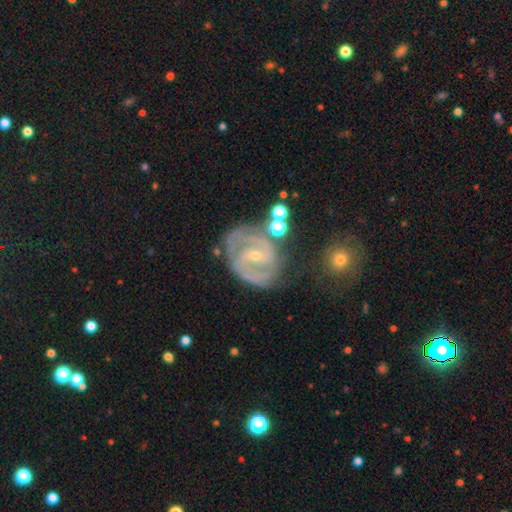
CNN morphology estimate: smooth_or_featured: featured or disk (p=0.89) [alt: star or artifact p=0.06]
disk_edge_on: no (p=0.97) [alt: yes p=0.03]
bar: weak (p=0.45) [alt: no p=0.30]
has_spiral_arms: yes (p=0.97) [alt: no p=0.03]
spiral_winding: tight (p=0.50) [alt: medium p=0.42]
spiral_arm_count: 2 (p=0.68) [alt: 3 p=0.13]
bulge_size: small (p=0.74) [alt: moderate p=0.23]
merging: none (p=0.64) [alt: minor disturbance p=0.21]